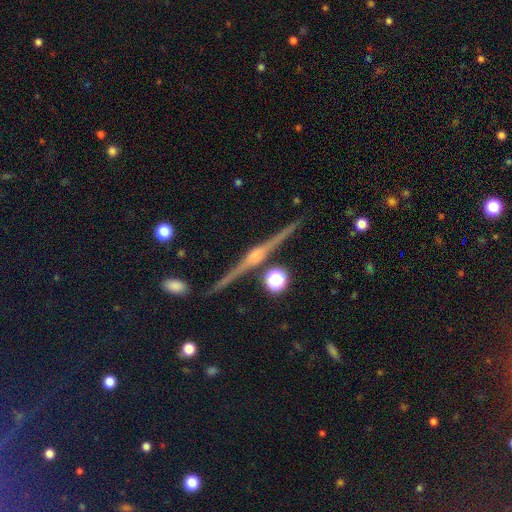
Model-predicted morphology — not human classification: Smooth or featured? Predicted: featured or disk (p=0.87). Edge-on disk? Predicted: yes (p=0.99). Edge-on bulge? Predicted: rounded (p=0.88). Merging? Predicted: none (p=0.91).